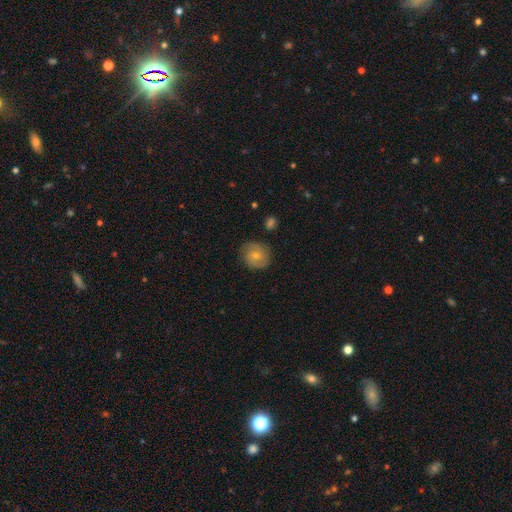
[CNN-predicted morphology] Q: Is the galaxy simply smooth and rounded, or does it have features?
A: smooth — 46%, tied with featured or disk.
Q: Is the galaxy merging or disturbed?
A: none — 76%.